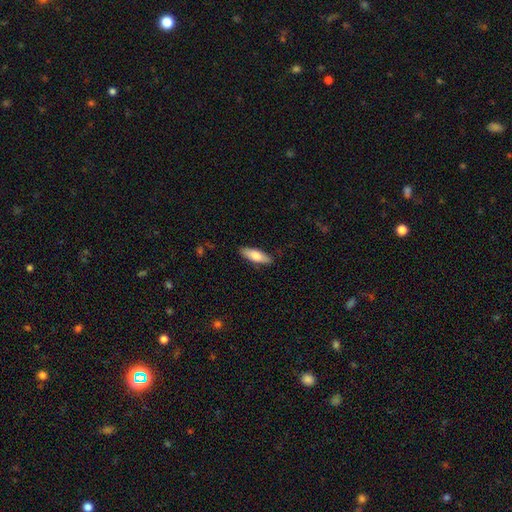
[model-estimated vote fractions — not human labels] Smooth or featured? Predicted: smooth (p=0.72). How rounded? Predicted: in between (p=0.58). Merging? Predicted: none (p=0.87).